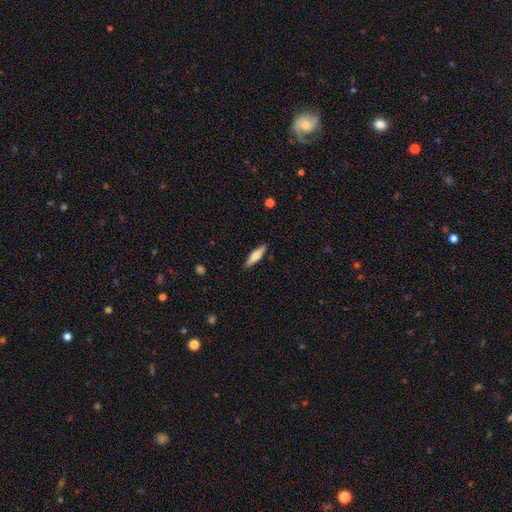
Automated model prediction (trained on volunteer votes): A smooth galaxy with no disk features (57%) that is cigar-shaped (69%). Merging: none (89%).